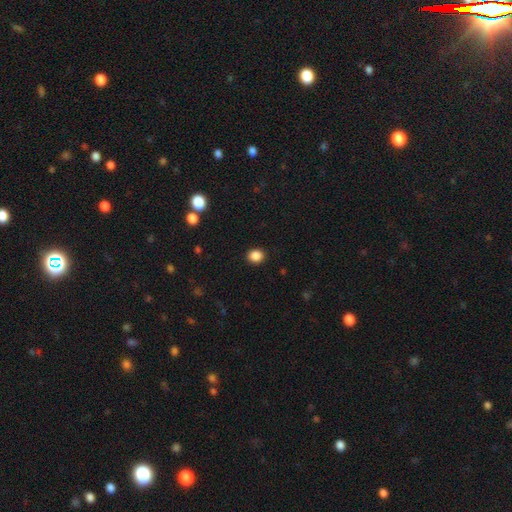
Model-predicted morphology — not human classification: A smooth galaxy with no disk features (87%) that is round (70%).

Vote fractions:
- Smooth or featured? smooth: 87% / star or artifact: 10% / featured or disk: 3%
- How rounded? round: 70% / in between: 29% / cigar-shaped: 1%
- Merging? none: 91% / minor disturbance: 6% / major disturbance: 2% / merger: 1%